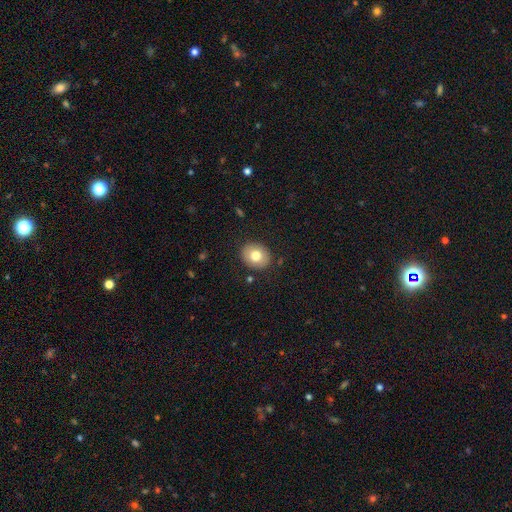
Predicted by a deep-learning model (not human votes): This appears to be a smooth galaxy with no disk features (77%) that is round (63%). Merging: none (87%).